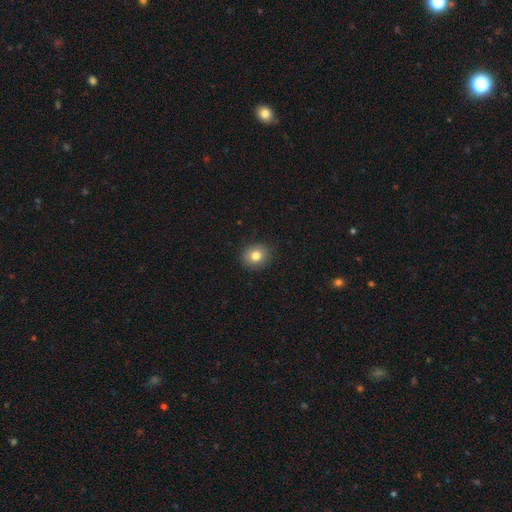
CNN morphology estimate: Q: Smooth or featured?
A: smooth (80%); runner-up: star or artifact (10%)
Q: How rounded?
A: round (76%); runner-up: in between (23%)
Q: Merging?
A: none (89%); runner-up: minor disturbance (8%)